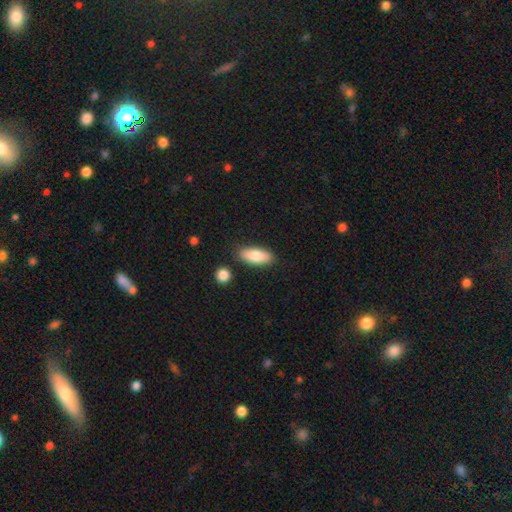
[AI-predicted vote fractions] smooth-or-featured: smooth: 84% | featured or disk: 10% | star or artifact: 6%
  how-rounded: in between: 82% | cigar-shaped: 16% | round: 3%
  merging: none: 83% | minor disturbance: 11% | merger: 4% | major disturbance: 2%